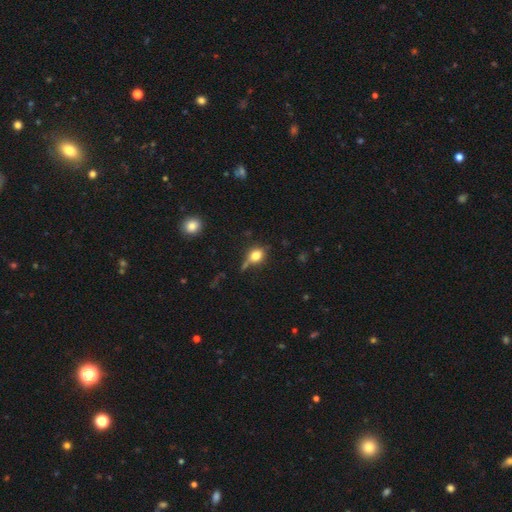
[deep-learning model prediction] smooth-or-featured: smooth: 76% | featured or disk: 12% | star or artifact: 12%
  how-rounded: round: 59% | in between: 38% | cigar-shaped: 3%
  merging: none: 54% | minor disturbance: 24% | major disturbance: 12% | merger: 10%